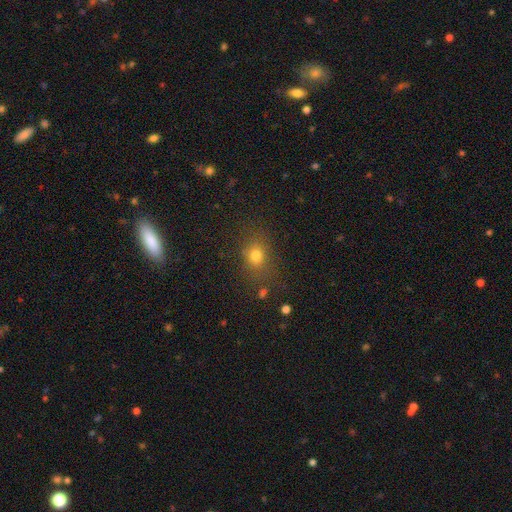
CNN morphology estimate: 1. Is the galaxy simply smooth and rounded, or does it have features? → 73% smooth, 18% star or artifact, 9% featured or disk.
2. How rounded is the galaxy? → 50% round, 48% in between, 2% cigar-shaped.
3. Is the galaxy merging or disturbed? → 76% none, 14% minor disturbance, 6% major disturbance, 3% merger.